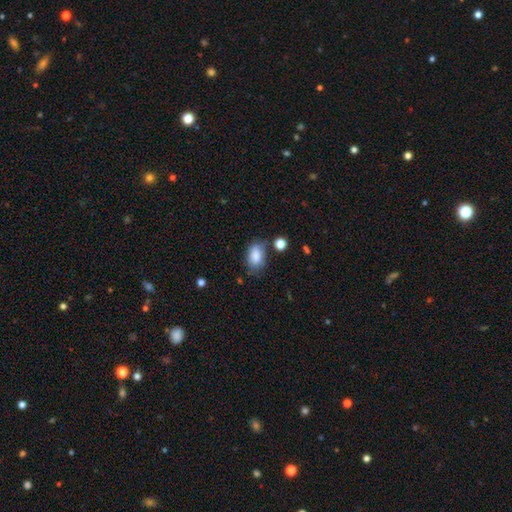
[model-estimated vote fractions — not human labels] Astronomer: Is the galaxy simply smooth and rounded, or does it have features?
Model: smooth — 85%.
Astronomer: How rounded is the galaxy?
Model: in between — 91%.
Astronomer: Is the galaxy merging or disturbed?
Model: none — 66%.